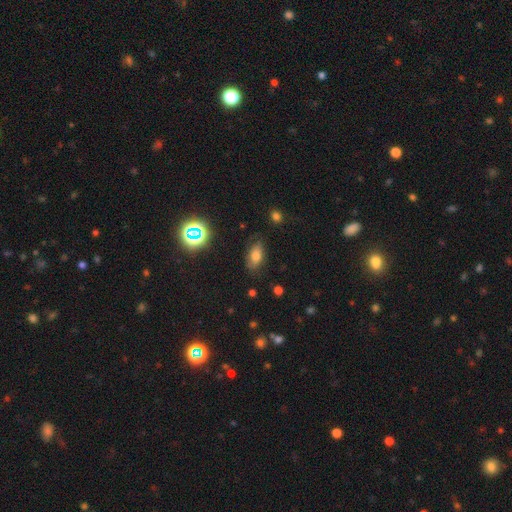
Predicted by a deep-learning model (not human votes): This appears to be a smooth galaxy with no disk features (69%) that is in between round and cigar-shaped (87%). Merging: none (74%).